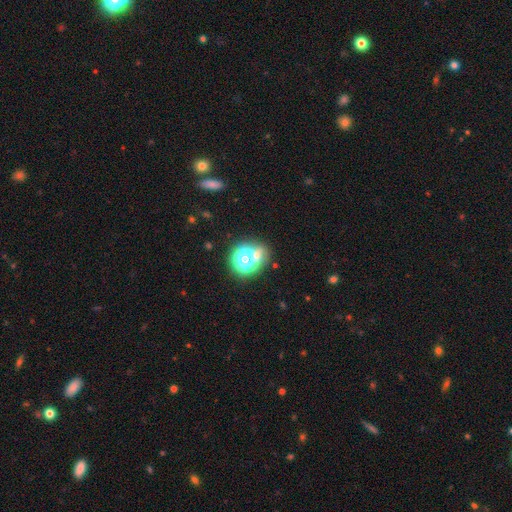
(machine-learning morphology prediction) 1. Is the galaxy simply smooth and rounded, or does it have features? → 42% smooth, 38% star or artifact, 20% featured or disk.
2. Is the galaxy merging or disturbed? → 52% none, 16% minor disturbance, 16% merger, 16% major disturbance.